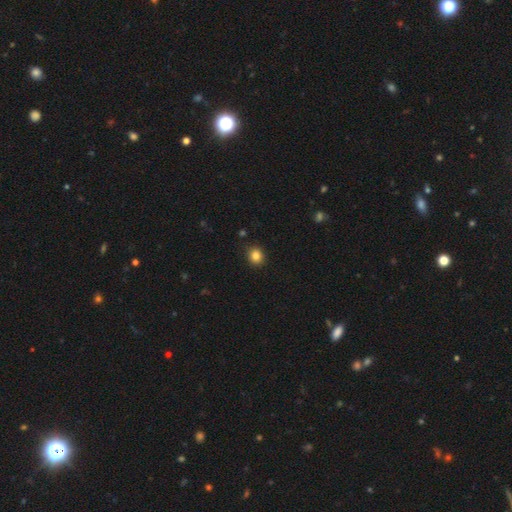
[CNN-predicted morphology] A smooth galaxy with no disk features (85%) that is round (75%). Merging: none (88%).